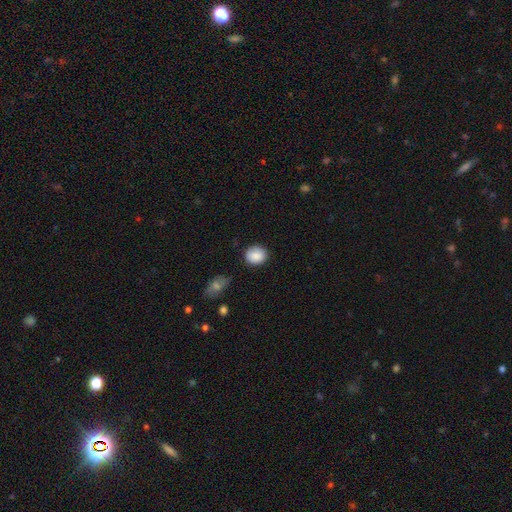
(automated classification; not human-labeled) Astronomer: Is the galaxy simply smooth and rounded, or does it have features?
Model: smooth — 88%.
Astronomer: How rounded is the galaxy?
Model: round — 72%.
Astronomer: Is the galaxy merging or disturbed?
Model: none — 81%.